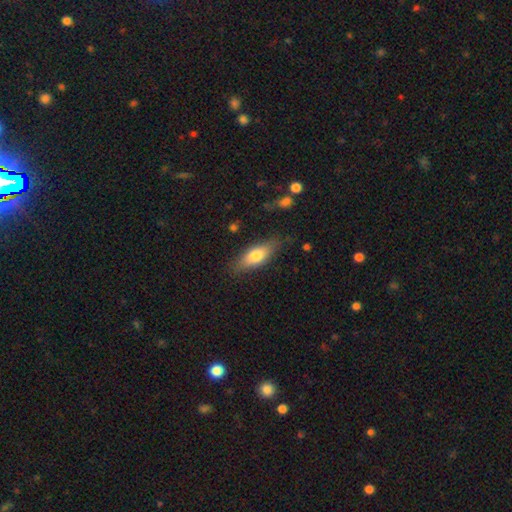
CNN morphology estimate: smooth_or_featured: smooth (p=0.72) [alt: featured or disk p=0.22]
how_rounded: in between (p=0.68) [alt: cigar-shaped p=0.28]
merging: none (p=0.78) [alt: minor disturbance p=0.17]